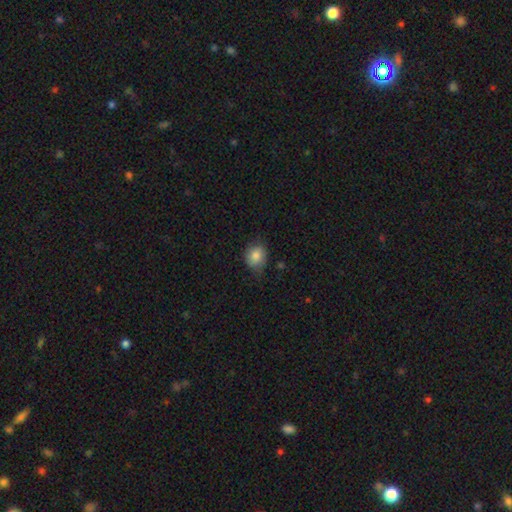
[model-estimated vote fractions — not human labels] This appears to be a smooth galaxy with no disk features (84%) that is round (62%). Merging: none (68%).